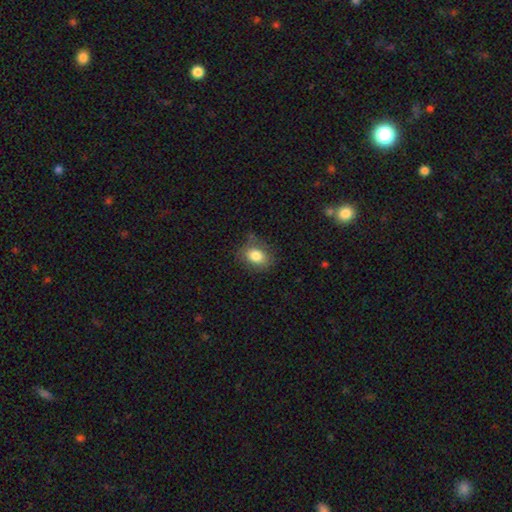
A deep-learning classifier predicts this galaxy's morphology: smooth_or_featured: smooth (p=0.82) [alt: featured or disk p=0.09]
how_rounded: in between (p=0.66) [alt: round p=0.32]
merging: none (p=0.74) [alt: minor disturbance p=0.19]